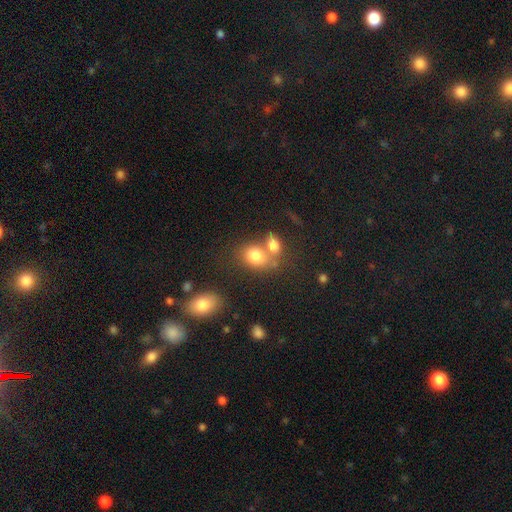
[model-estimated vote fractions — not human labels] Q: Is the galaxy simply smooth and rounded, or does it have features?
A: smooth — 78%.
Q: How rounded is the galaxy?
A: in between — 58%.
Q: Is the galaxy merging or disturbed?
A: merger — 45%.